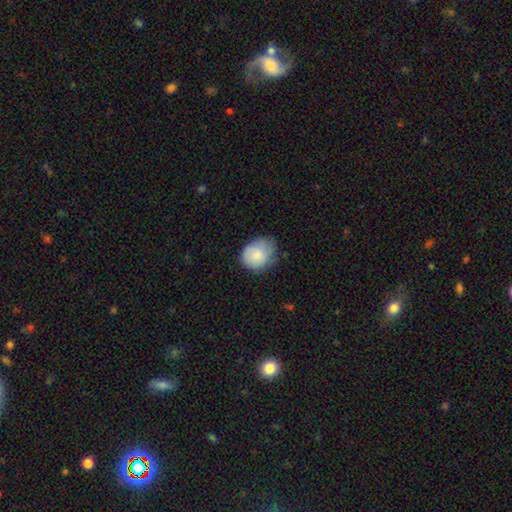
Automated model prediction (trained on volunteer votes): Smooth or featured?
  - smooth: 84% *
  - featured or disk: 9%
  - star or artifact: 7%
How rounded?
  - round: 55% *
  - in between: 45%
  - cigar-shaped: 1%
Merging?
  - none: 54% *
  - minor disturbance: 36%
  - major disturbance: 8%
  - merger: 1%